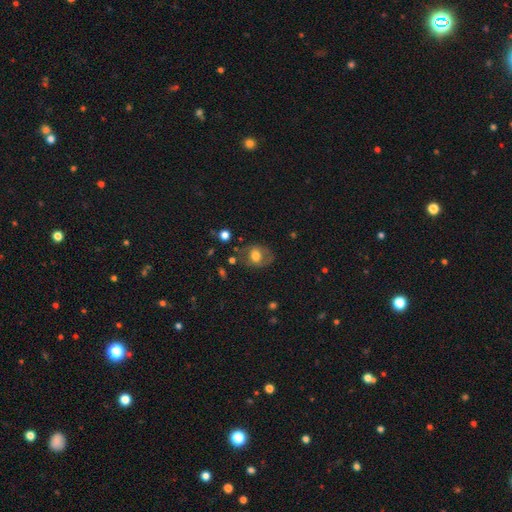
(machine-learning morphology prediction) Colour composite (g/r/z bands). It shows a smooth galaxy with no disk features (60%) that is in between round and cigar-shaped (53%). Merging: none (68%).